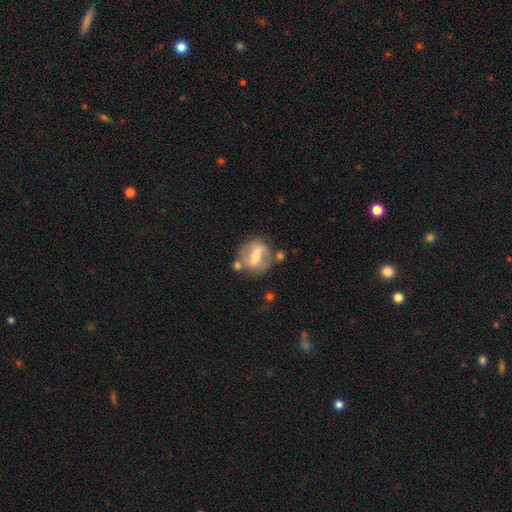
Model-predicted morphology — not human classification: smooth_or_featured: featured or disk (p=0.68) [alt: smooth p=0.25]
disk_edge_on: no (p=0.95) [alt: yes p=0.05]
bar: strong (p=0.56) [alt: weak p=0.32]
has_spiral_arms: yes (p=0.74) [alt: no p=0.26]
bulge_size: moderate (p=0.45) [alt: small p=0.39]
merging: none (p=0.64) [alt: minor disturbance p=0.18]